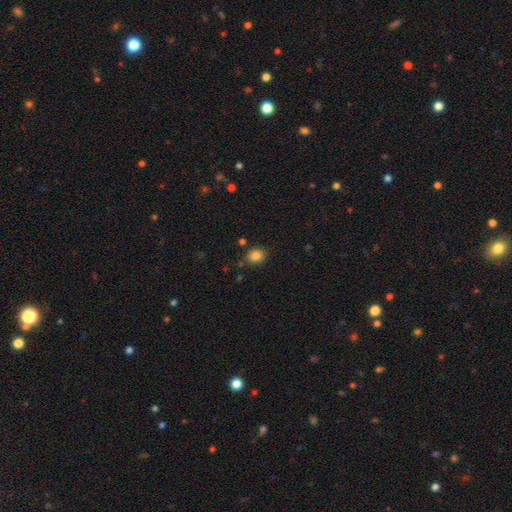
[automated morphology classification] A smooth galaxy with no disk features (84%) that is round (65%).

Vote fractions:
- Smooth or featured? smooth: 84% / star or artifact: 11% / featured or disk: 5%
- How rounded? round: 65% / in between: 34% / cigar-shaped: 1%
- Merging? none: 82% / minor disturbance: 11% / merger: 4% / major disturbance: 3%